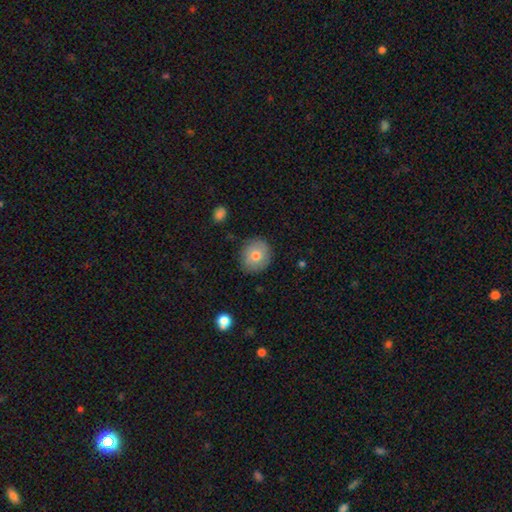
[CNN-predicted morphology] This appears to be a smooth galaxy with no disk features (74%) that is round (79%). Merging: none (85%).